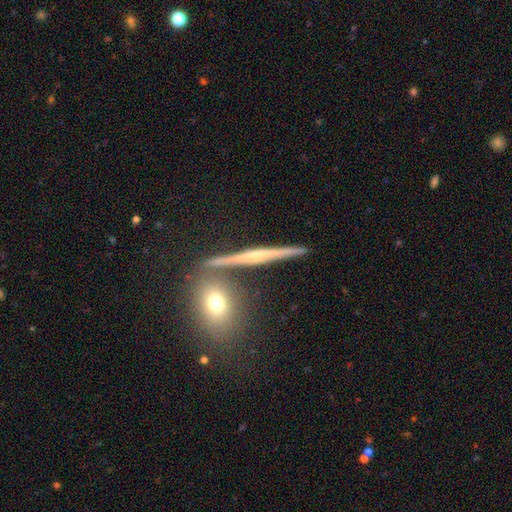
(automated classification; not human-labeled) Smooth or featured? featured or disk (69%)
Edge-on disk? yes (96%)
Edge-on bulge? rounded (54%)
Merging? none (83%)